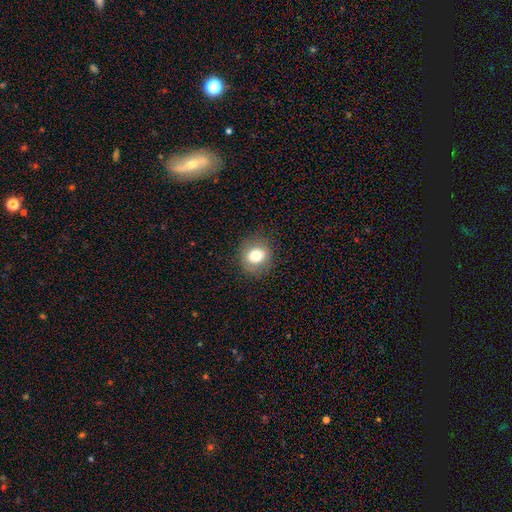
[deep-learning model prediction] Smooth or featured? Predicted: smooth (p=0.77). How rounded? Predicted: round (p=0.80). Merging? Predicted: none (p=0.86).